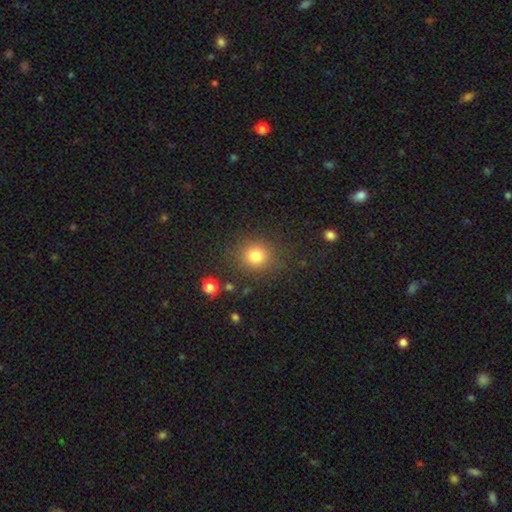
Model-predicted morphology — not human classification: Overall: smooth (80%). How rounded: round (87%). Merging: none (85%).